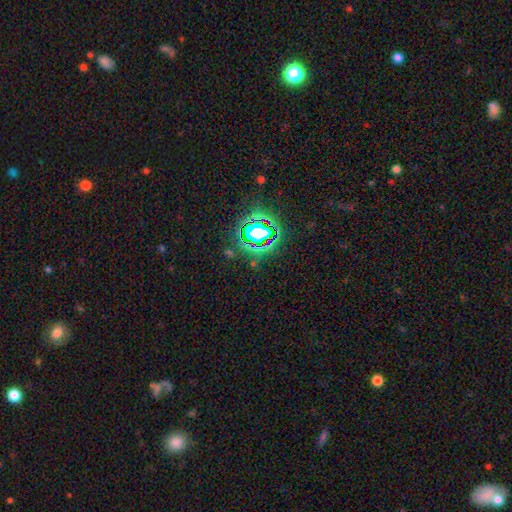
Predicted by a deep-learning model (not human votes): smooth_or_featured: star or artifact (p=0.81) [alt: smooth p=0.11]